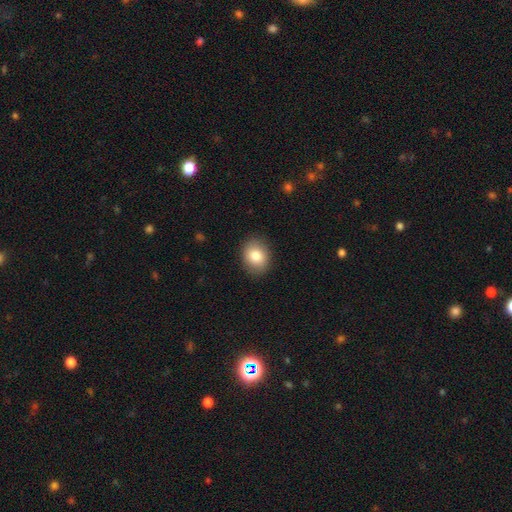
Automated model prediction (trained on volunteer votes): Smooth or featured? Predicted: smooth (p=0.82). How rounded? Predicted: in between (p=0.56). Merging? Predicted: none (p=0.88).